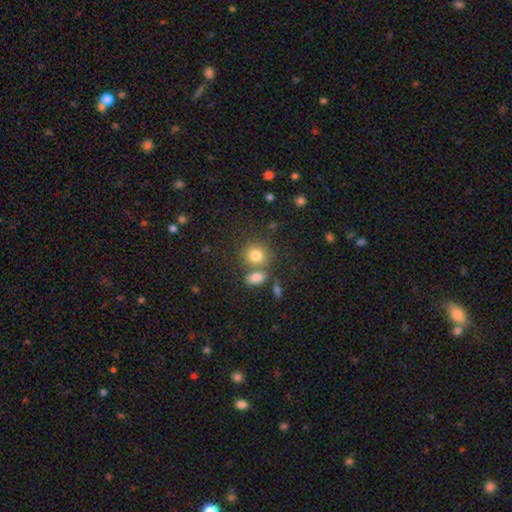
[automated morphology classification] The model was most divided on "merging": none: 54%, merger: 31%, minor disturbance: 10%, major disturbance: 4%. More confident: smooth or featured — smooth (80%); how rounded — round (73%).